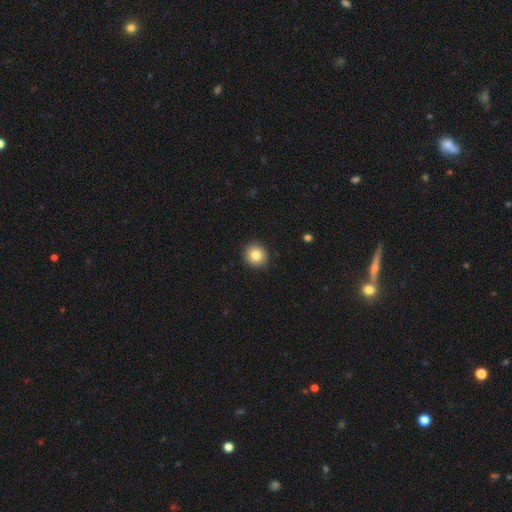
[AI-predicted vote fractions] Overall: smooth (83%). How rounded: round (91%). Merging: none (92%).